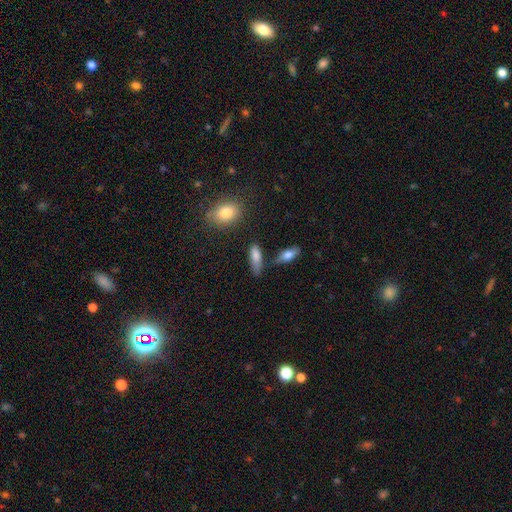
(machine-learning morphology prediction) This is likely a smooth galaxy (80%). How rounded: likely in between (63%). Merging: likely none (63%).